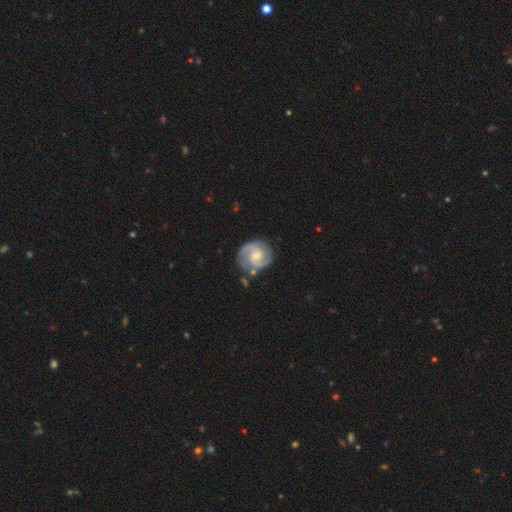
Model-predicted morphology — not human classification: Q: Smooth or featured?
A: featured or disk (85%); runner-up: smooth (10%)
Q: Edge-on disk?
A: no (98%); runner-up: yes (2%)
Q: Bar?
A: no (54%); runner-up: weak (39%)
Q: Spiral arms?
A: yes (97%); runner-up: no (3%)
Q: Spiral winding?
A: medium (47%); runner-up: tight (43%)
Q: Spiral arm count?
A: 2 (88%); runner-up: can't tell (4%)
Q: Bulge size?
A: small (53%); runner-up: moderate (38%)
Q: Merging?
A: none (74%); runner-up: minor disturbance (16%)